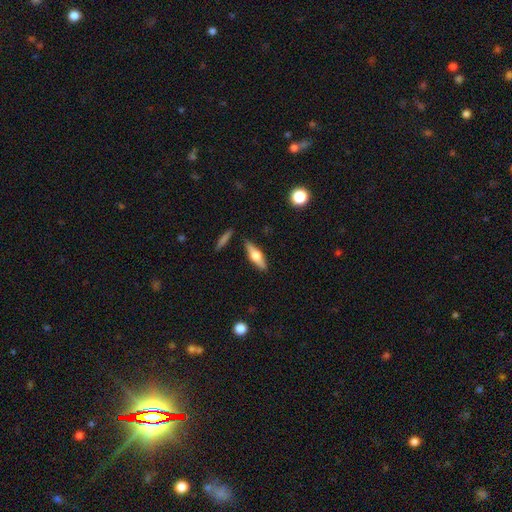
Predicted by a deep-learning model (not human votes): A featured or disk galaxy (59%) viewed edge-on (94%) with a rounded central bulge (94%). Merging: none (87%).